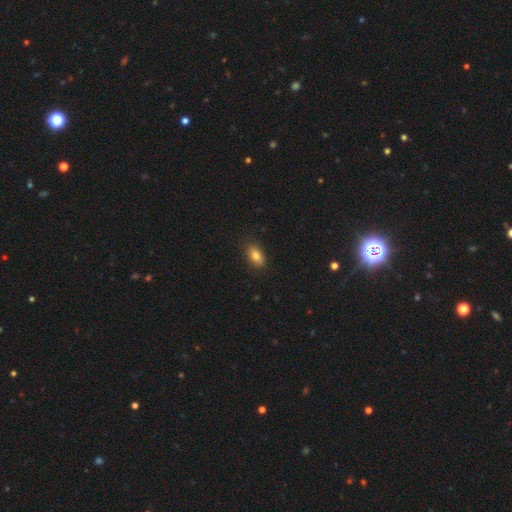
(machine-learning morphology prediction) This appears to be a smooth galaxy with no disk features (82%) that is in between round and cigar-shaped (88%). Merging: none (86%).